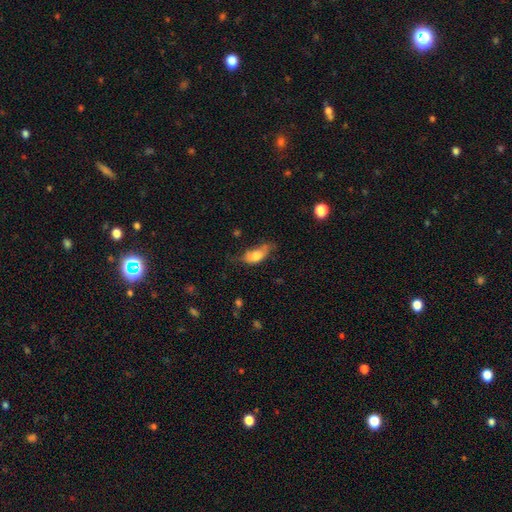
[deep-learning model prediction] Smooth or featured? Predicted: smooth (p=0.70). How rounded? Predicted: in between (p=0.84). Merging? Predicted: minor disturbance (p=0.39).